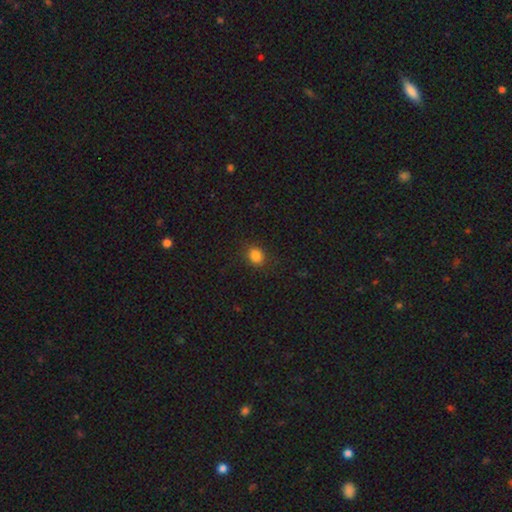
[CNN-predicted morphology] Q: Smooth or featured?
A: smooth (83%); runner-up: star or artifact (13%)
Q: How rounded?
A: round (69%); runner-up: in between (30%)
Q: Merging?
A: none (87%); runner-up: minor disturbance (9%)